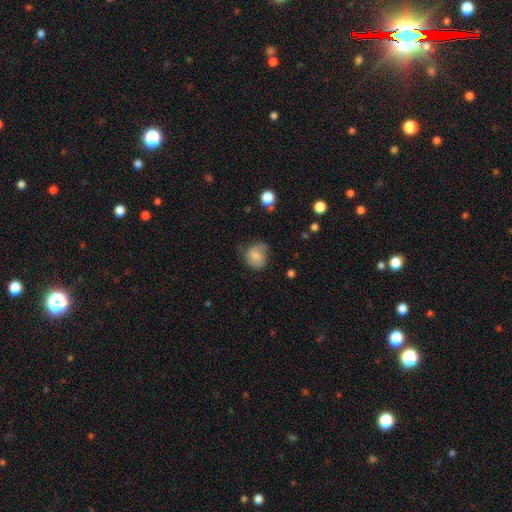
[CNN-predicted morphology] This is likely a smooth galaxy (71%). How rounded: likely round (69%). Merging: possibly none (49%).